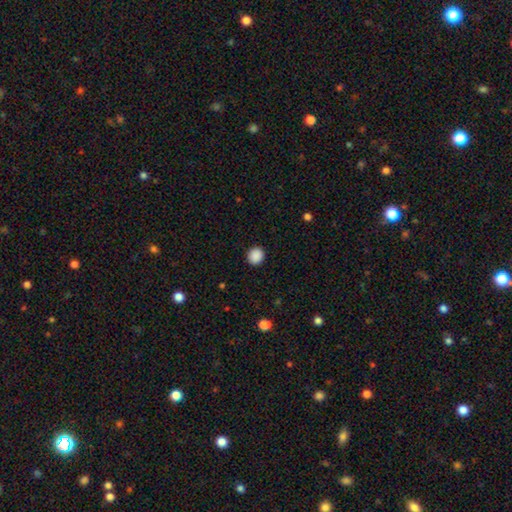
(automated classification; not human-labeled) smooth 89%, star or artifact 9%, featured or disk 2%. Down the decision tree: how rounded — round (87%); merging — none (92%).